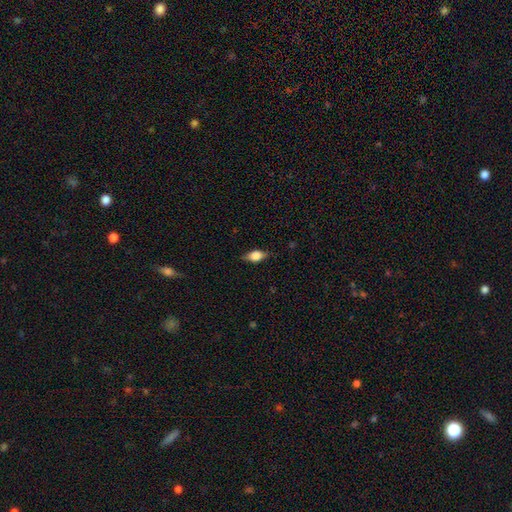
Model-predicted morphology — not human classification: smooth 66%, featured or disk 26%, star or artifact 8%. Down the decision tree: how rounded — in between (81%); merging — none (81%).